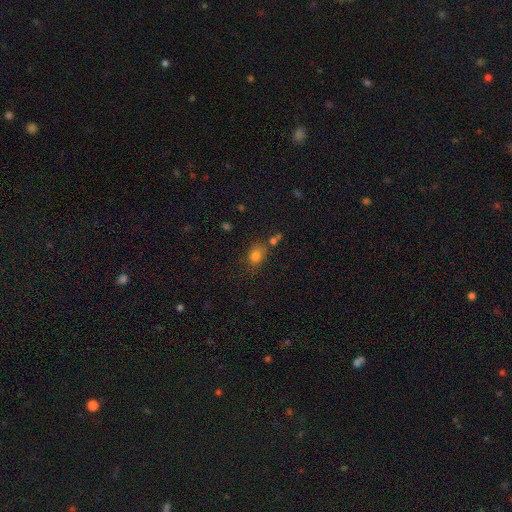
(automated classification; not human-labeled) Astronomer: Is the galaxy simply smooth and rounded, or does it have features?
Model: smooth — 78%.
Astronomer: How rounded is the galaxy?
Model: in between — 54% (runner-up: round, 44%).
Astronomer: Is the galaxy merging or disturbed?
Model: none — 63%.